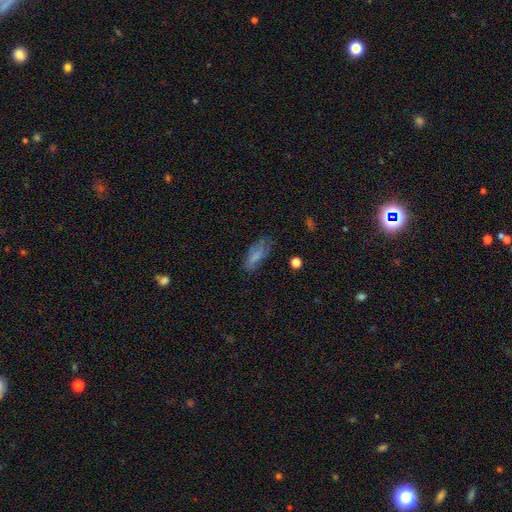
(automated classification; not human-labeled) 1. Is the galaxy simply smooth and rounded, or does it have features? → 68% smooth, 22% featured or disk, 10% star or artifact.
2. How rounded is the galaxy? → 73% in between, 24% cigar-shaped, 3% round.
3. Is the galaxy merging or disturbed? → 59% none, 27% minor disturbance, 11% major disturbance, 2% merger.